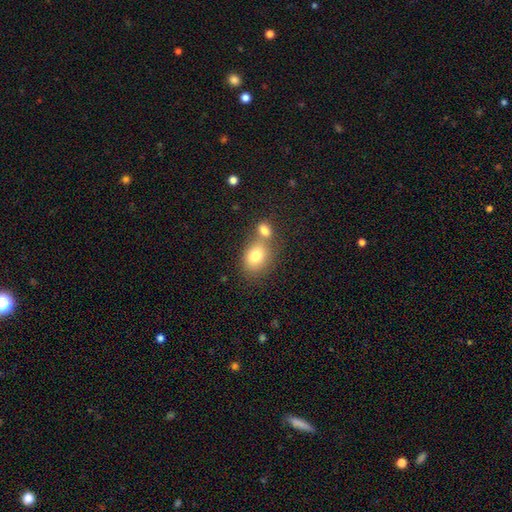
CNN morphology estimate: The model was most divided on "merging": none: 44%, merger: 42%, minor disturbance: 11%, major disturbance: 4%. More confident: smooth or featured — smooth (79%); how rounded — in between (62%).